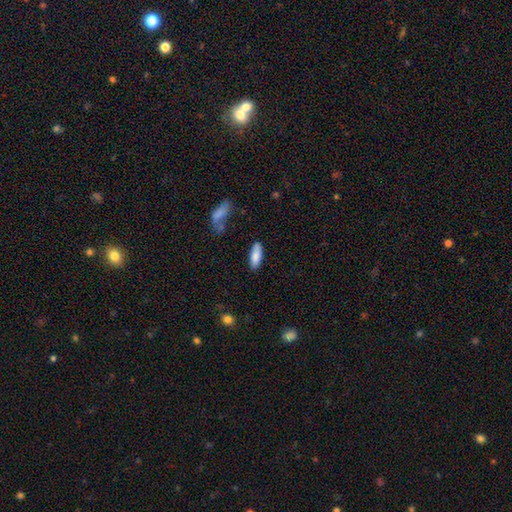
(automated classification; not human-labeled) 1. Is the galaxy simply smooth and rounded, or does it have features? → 84% smooth, 10% featured or disk, 6% star or artifact.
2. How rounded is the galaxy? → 68% in between, 30% cigar-shaped, 2% round.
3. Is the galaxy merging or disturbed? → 81% none, 13% minor disturbance, 3% merger, 3% major disturbance.